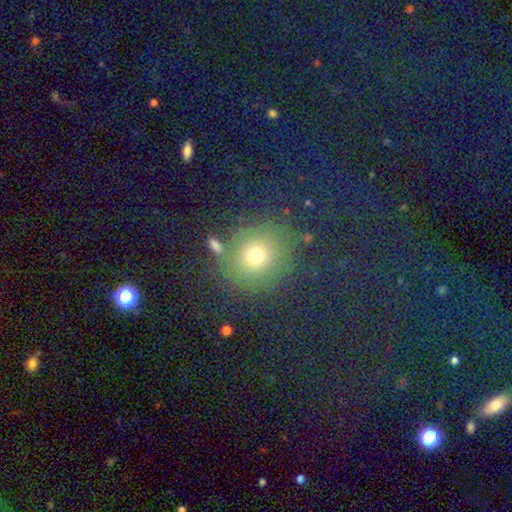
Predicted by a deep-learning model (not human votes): This appears to be a smooth galaxy with no disk features (67%) that is round (86%). Merging: none (75%).